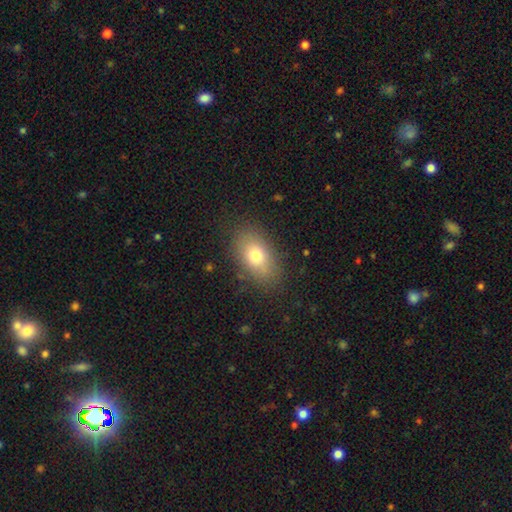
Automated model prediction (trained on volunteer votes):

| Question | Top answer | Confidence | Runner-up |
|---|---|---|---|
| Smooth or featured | smooth | 75% | featured or disk (15%) |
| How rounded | in between | 85% | round (13%) |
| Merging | none | 83% | minor disturbance (11%) |